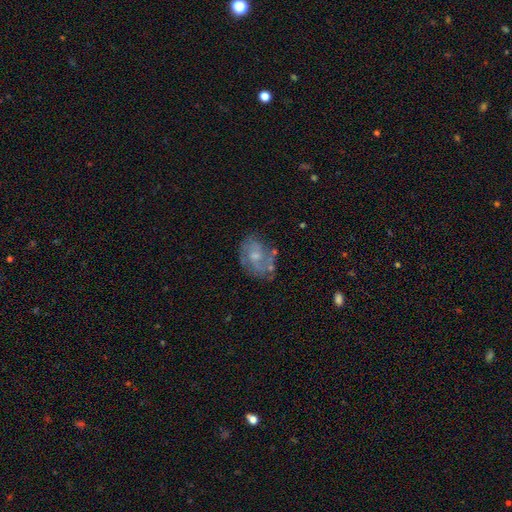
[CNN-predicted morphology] The model was most divided on "bulge size": small: 48%, moderate: 42%, none: 6%, large: 2%, dominant: 1%. More confident: edge-on disk — no (97%); spiral arms — yes (73%); bar — no (71%); smooth or featured — featured or disk (67%); merging — none (58%).